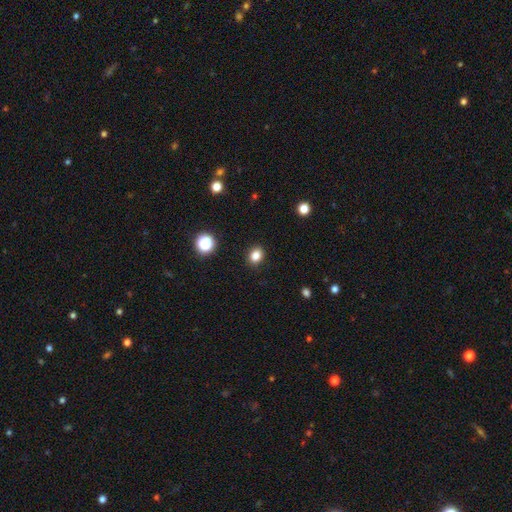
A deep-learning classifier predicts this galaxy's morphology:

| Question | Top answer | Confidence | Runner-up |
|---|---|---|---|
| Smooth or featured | smooth | 84% | star or artifact (12%) |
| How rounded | round | 58% | in between (41%) |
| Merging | none | 89% | minor disturbance (7%) |